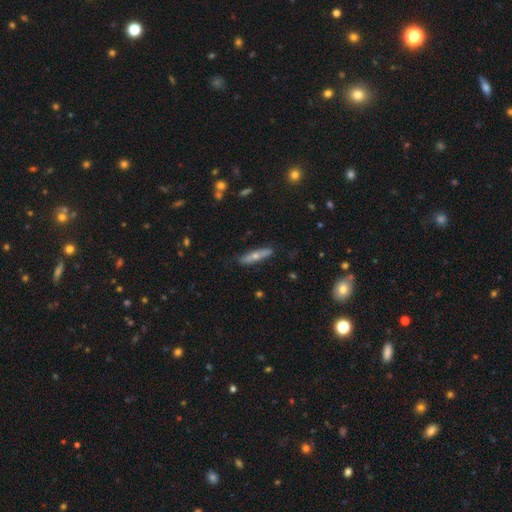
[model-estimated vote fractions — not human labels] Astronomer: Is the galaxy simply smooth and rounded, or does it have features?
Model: smooth — 47% (runner-up: featured or disk, 46%).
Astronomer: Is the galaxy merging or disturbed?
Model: none — 83%.